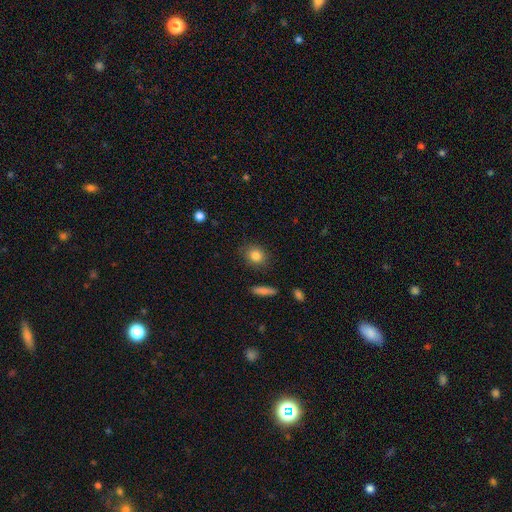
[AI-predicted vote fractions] Smooth or featured? Predicted: smooth (p=0.83). How rounded? Predicted: round (p=0.65). Merging? Predicted: none (p=0.86).